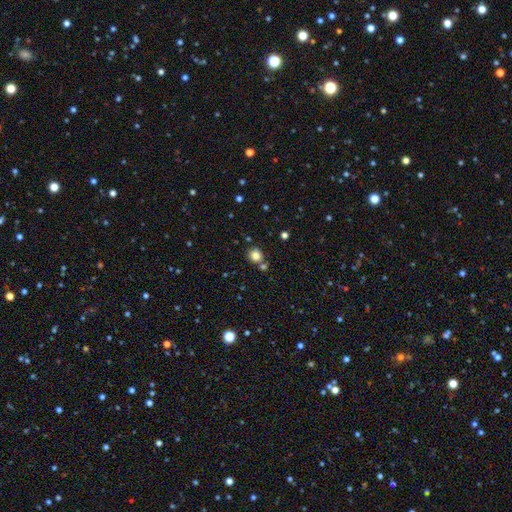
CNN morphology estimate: smooth 81%, star or artifact 12%, featured or disk 6%. Down the decision tree: how rounded — round (84%); merging — none (71%).